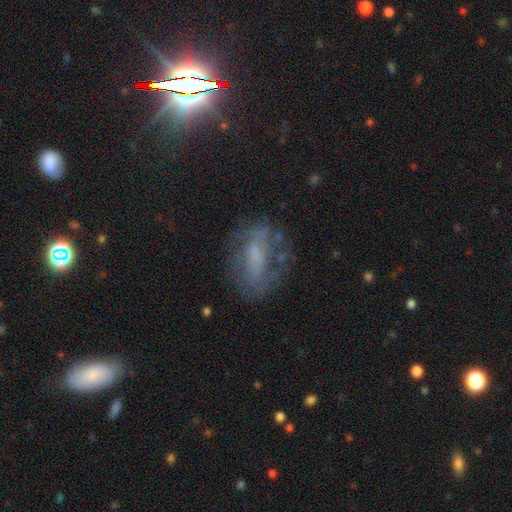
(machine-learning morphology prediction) featured or disk 48%, smooth 34%, star or artifact 18%. Down the decision tree: merging — none (61%).